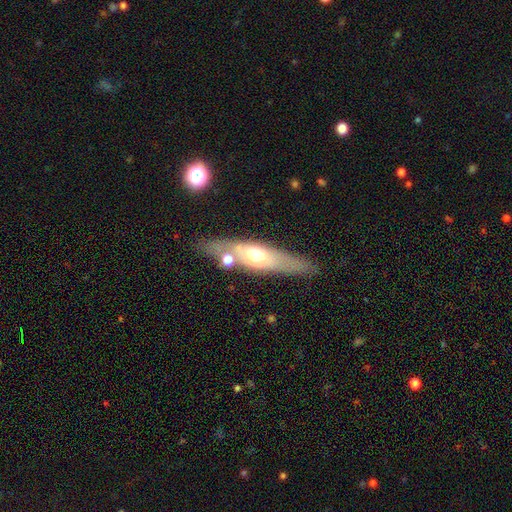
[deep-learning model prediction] Smooth or featured? Predicted: featured or disk (p=0.51). Edge-on disk? Predicted: yes (p=0.67). Merging? Predicted: none (p=0.74).